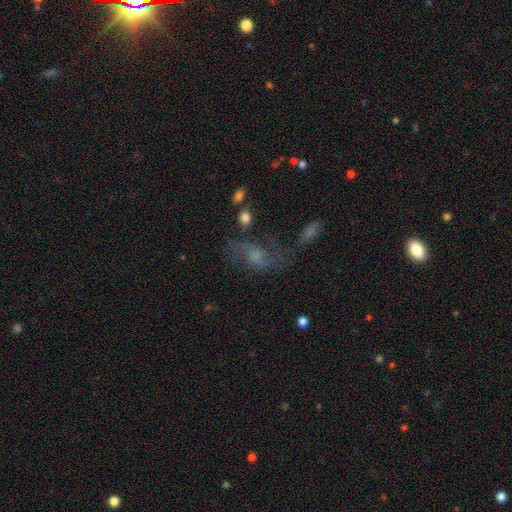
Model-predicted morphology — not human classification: The model was most divided on "bulge size": small: 36%, moderate: 33%, none: 21%, large: 8%, dominant: 2%. Remaining: edge-on disk — no (94%); spiral arms — yes (81%); smooth or featured — featured or disk (59%); bar — no (54%); merging — none (48%).